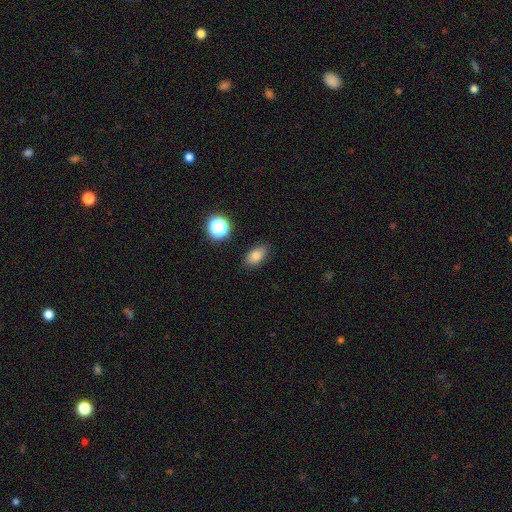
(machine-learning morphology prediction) smooth 79%, star or artifact 12%, featured or disk 9%. Down the decision tree: how rounded — in between (87%); merging — none (84%).